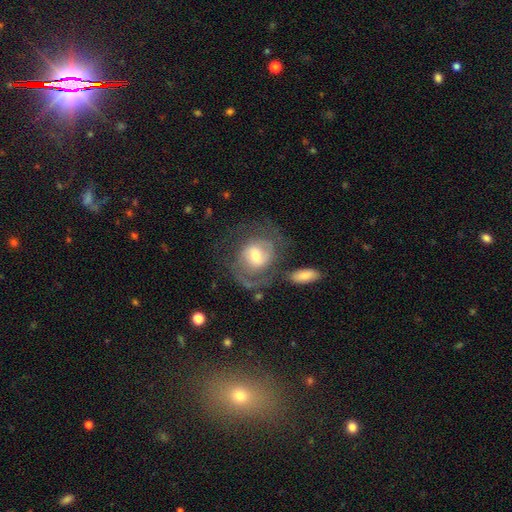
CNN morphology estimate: Smooth or featured? Predicted: featured or disk (p=0.77). Edge-on disk? Predicted: no (p=0.97). Bar? Predicted: weak (p=0.49). Spiral arms? Predicted: yes (p=0.90). Spiral winding? Predicted: medium (p=0.44). Spiral arm count? Predicted: 2 (p=0.57). Bulge size? Predicted: moderate (p=0.55). Merging? Predicted: none (p=0.54).